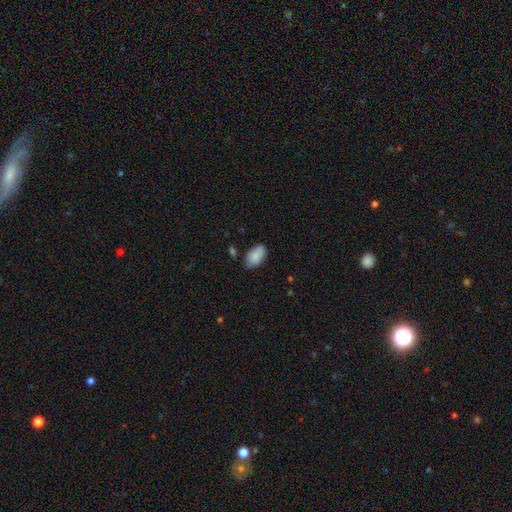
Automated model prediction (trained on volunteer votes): Overall: smooth (86%). How rounded: in between (93%). Merging: none (72%).